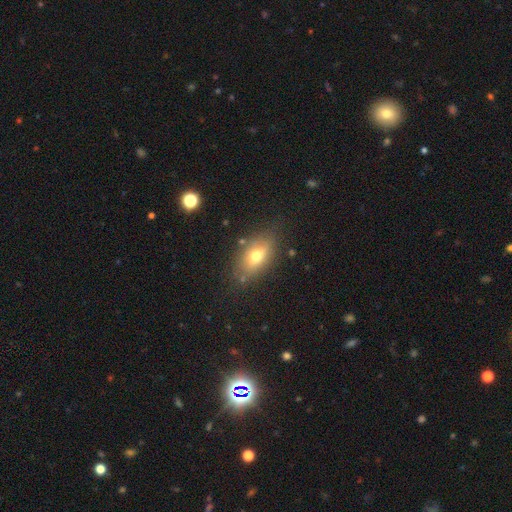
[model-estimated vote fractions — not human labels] Smooth or featured? Predicted: smooth (p=0.66). How rounded? Predicted: in between (p=0.84). Merging? Predicted: none (p=0.76).